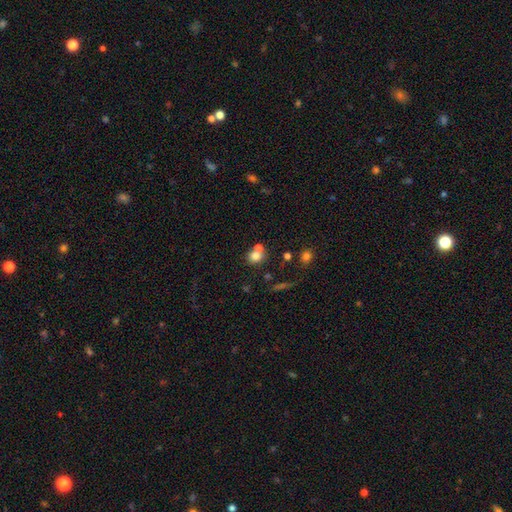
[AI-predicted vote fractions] smooth-or-featured: smooth: 76% | star or artifact: 12% | featured or disk: 12%
  how-rounded: round: 74% | in between: 25% | cigar-shaped: 1%
  merging: none: 44% (tied) | merger: 44% (tied) | minor disturbance: 9% | major disturbance: 4%